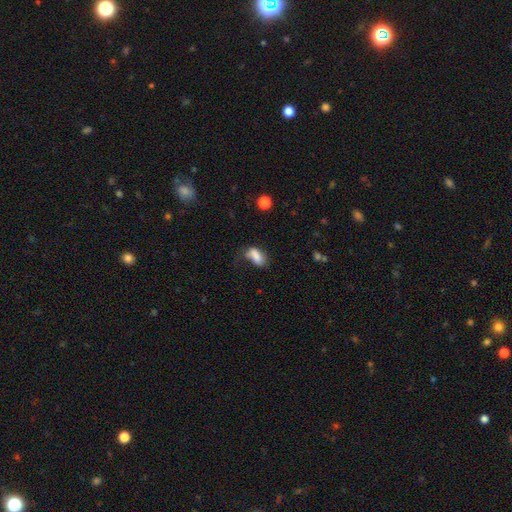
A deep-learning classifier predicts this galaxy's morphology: A smooth galaxy with no disk features (77%) that is in between round and cigar-shaped (84%). Merging: none (38%).